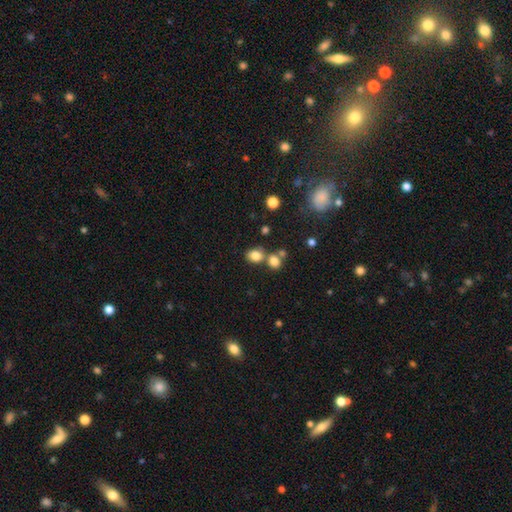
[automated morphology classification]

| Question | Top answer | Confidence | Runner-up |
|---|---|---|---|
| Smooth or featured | smooth | 80% | star or artifact (13%) |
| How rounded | round | 52% | in between (46%) |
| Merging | none | 58% | merger (26%) |